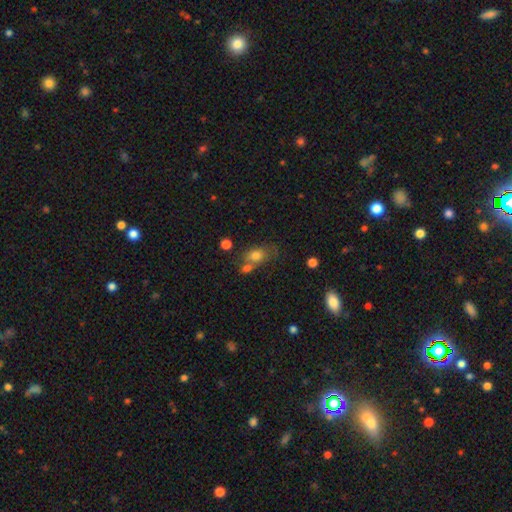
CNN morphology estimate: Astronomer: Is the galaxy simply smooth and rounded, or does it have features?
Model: smooth — 76%.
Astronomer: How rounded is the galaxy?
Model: in between — 69%.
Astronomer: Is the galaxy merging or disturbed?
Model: none — 41% (runner-up: merger, 35%).